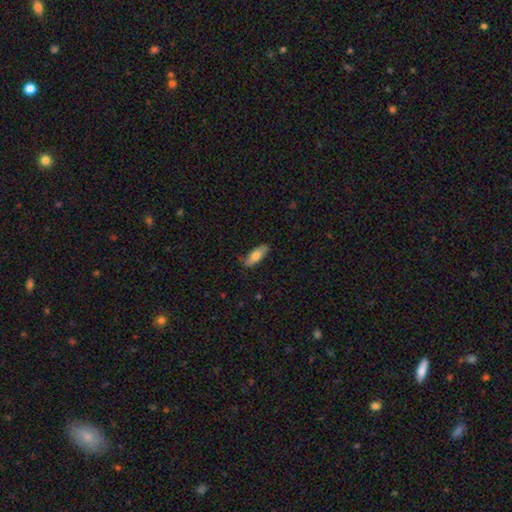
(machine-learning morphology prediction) Overall: smooth (70%). How rounded: in between (71%). Merging: none (80%).